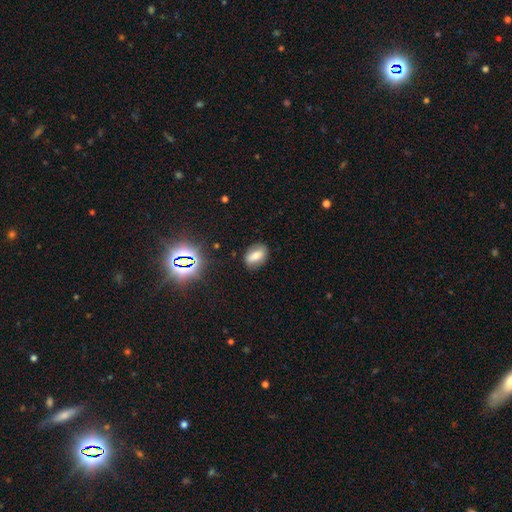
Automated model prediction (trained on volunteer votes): Morphology: type=smooth (65%); roundness=in between (81%); merging=none (82%).